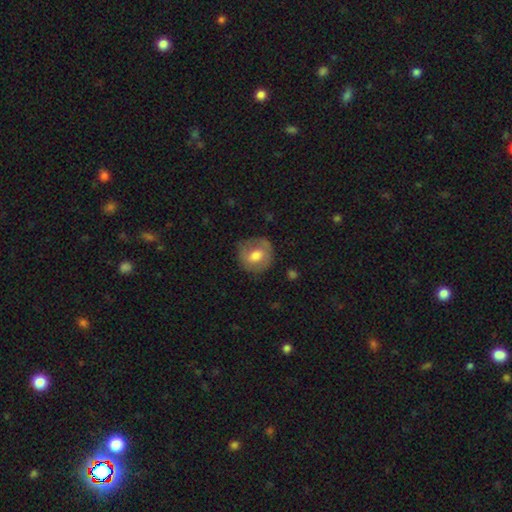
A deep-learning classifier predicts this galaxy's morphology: smooth-or-featured: smooth: 58% | featured or disk: 35% | star or artifact: 7%
  how-rounded: round: 84% | in between: 15% | cigar-shaped: 1%
  merging: none: 73% | minor disturbance: 18% | major disturbance: 7% | merger: 1%